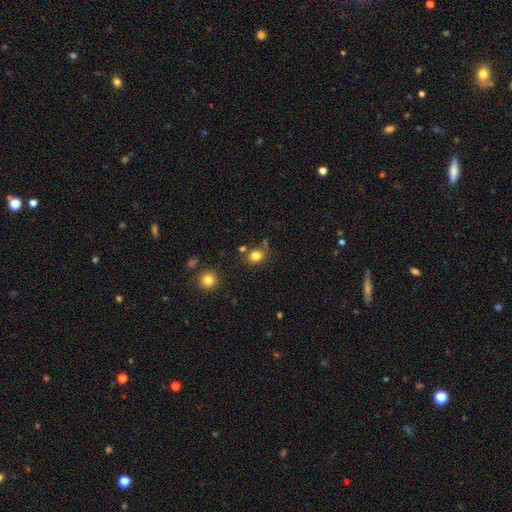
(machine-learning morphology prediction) Smooth or featured: smooth — 81% (star or artifact — 13%)
How rounded: round — 70% (in between — 29%)
Merging: none — 72% (minor disturbance — 15%)